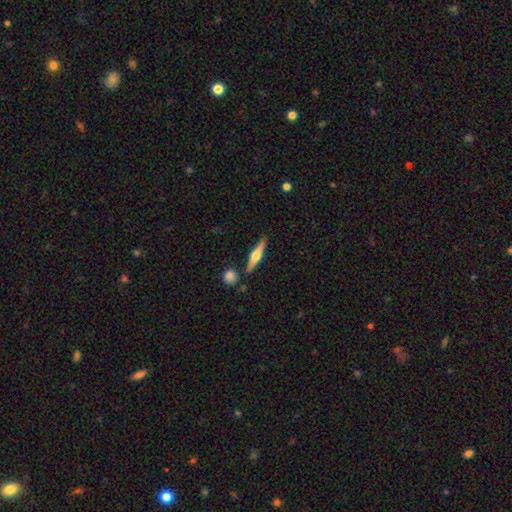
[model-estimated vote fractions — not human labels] smooth_or_featured: featured or disk (p=0.65) [alt: smooth p=0.29]
disk_edge_on: yes (p=0.97) [alt: no p=0.03]
edge_on_bulge: rounded (p=0.93) [alt: boxy p=0.05]
merging: none (p=0.85) [alt: minor disturbance p=0.08]